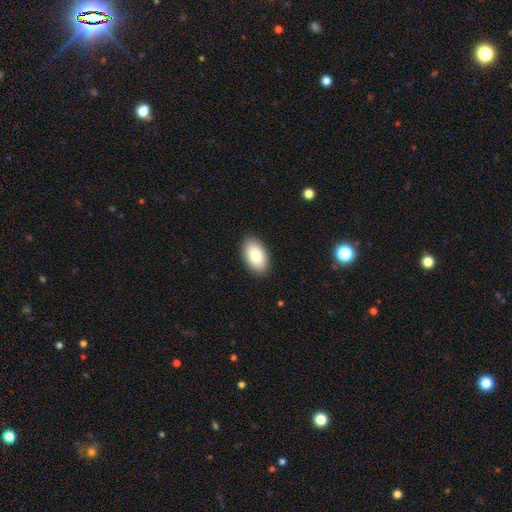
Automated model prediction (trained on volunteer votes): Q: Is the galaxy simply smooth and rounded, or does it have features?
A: smooth — 83%.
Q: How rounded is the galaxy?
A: in between — 95%.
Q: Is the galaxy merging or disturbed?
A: none — 89%.